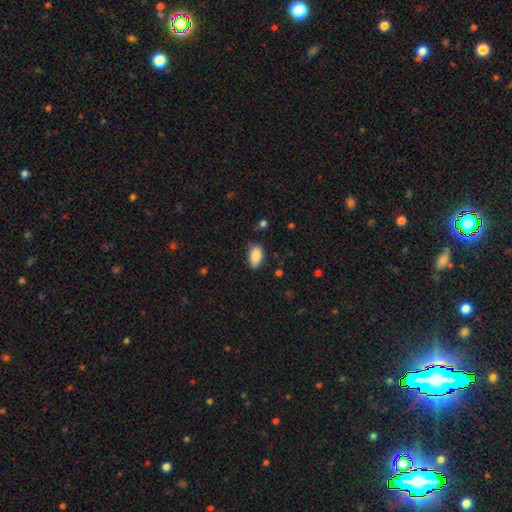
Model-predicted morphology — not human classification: Q: Smooth or featured?
A: smooth (89%); runner-up: star or artifact (7%)
Q: How rounded?
A: in between (93%); runner-up: round (5%)
Q: Merging?
A: none (78%); runner-up: minor disturbance (17%)